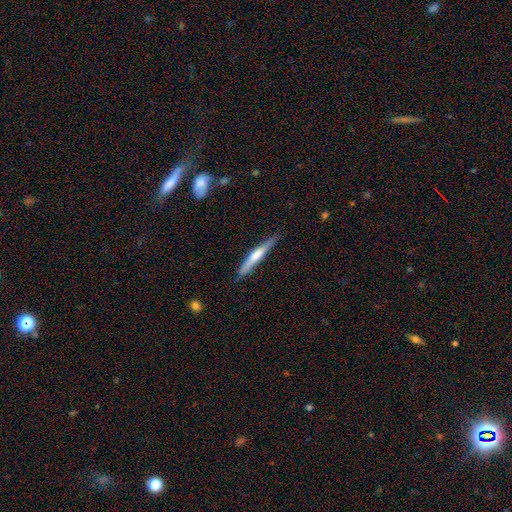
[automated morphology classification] This appears to be a featured or disk galaxy (48%). Merging: none (81%).